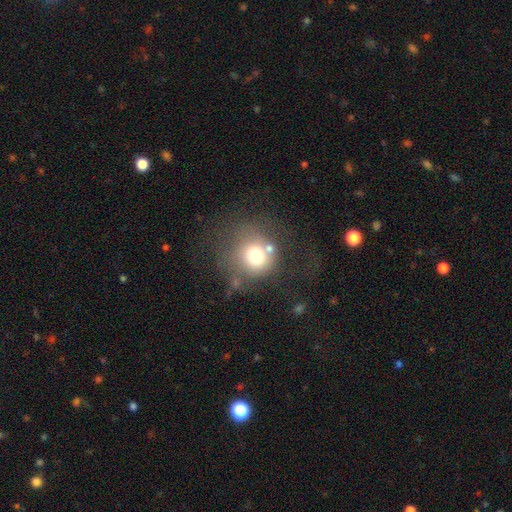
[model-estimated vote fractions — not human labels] Smooth or featured: smooth — 71% (featured or disk — 16%)
How rounded: round — 89% (in between — 10%)
Merging: none — 58% (minor disturbance — 17%)